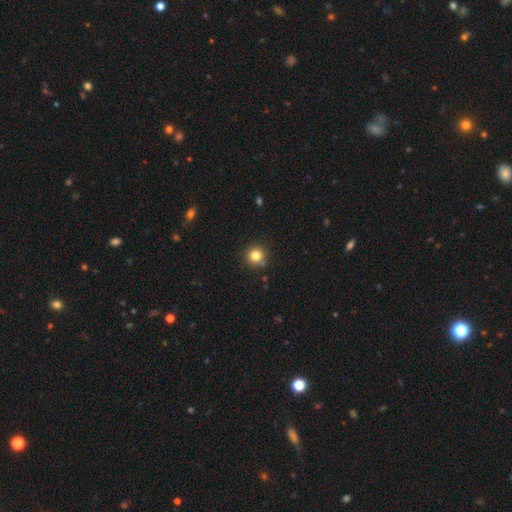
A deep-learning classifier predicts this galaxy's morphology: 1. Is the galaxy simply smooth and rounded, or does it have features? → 82% smooth, 12% star or artifact, 6% featured or disk.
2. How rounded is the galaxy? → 93% round, 6% in between, 1% cigar-shaped.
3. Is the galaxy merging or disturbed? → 88% none, 7% minor disturbance, 3% merger, 2% major disturbance.